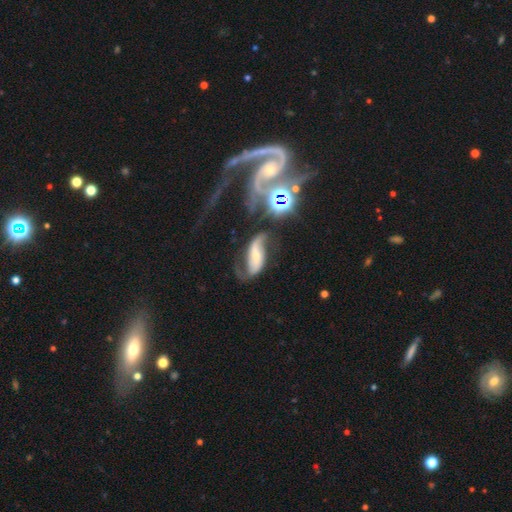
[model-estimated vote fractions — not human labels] Smooth or featured? Predicted: featured or disk (p=0.75). Edge-on disk? Predicted: no (p=0.94). Bar? Predicted: no (p=0.35, tied with strong). Spiral arms? Predicted: yes (p=0.92). Spiral winding? Predicted: loose (p=0.74). Spiral arm count? Predicted: 2 (p=0.88). Bulge size? Predicted: small (p=0.54). Merging? Predicted: none (p=0.49).